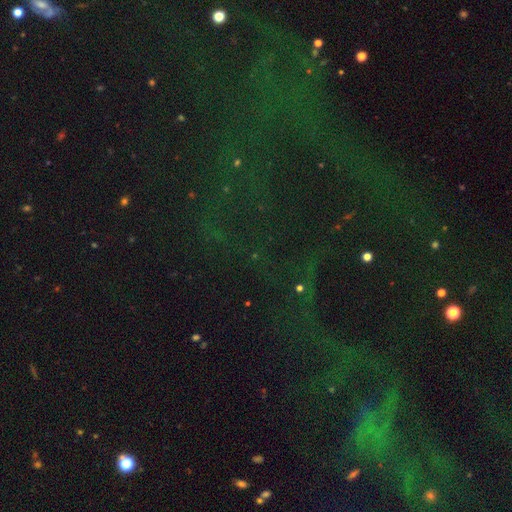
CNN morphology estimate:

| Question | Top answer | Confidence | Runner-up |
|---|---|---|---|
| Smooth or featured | star or artifact | 74% | featured or disk (15%) |